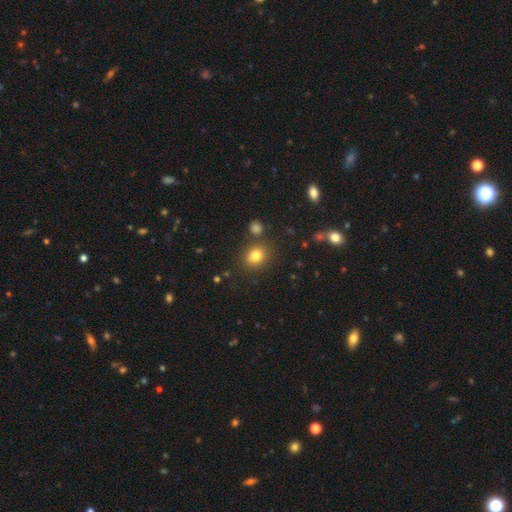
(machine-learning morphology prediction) Smooth or featured? Predicted: smooth (p=0.80). How rounded? Predicted: round (p=0.62). Merging? Predicted: none (p=0.77).